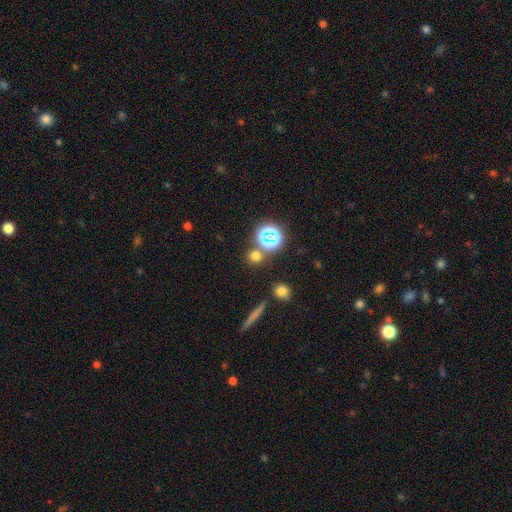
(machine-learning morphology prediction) type=smooth (64%); roundness=round (89%); merging=none (77%).